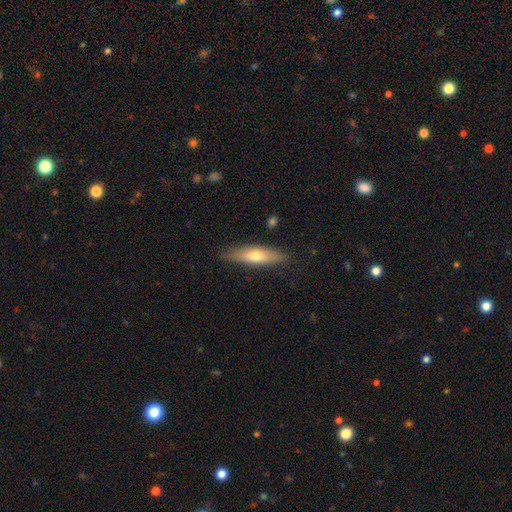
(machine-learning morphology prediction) smooth-or-featured: smooth: 59% | featured or disk: 35% | star or artifact: 6%
  how-rounded: cigar-shaped: 66% | in between: 32% | round: 2%
  merging: none: 84% | minor disturbance: 12% | major disturbance: 2% | merger: 1%